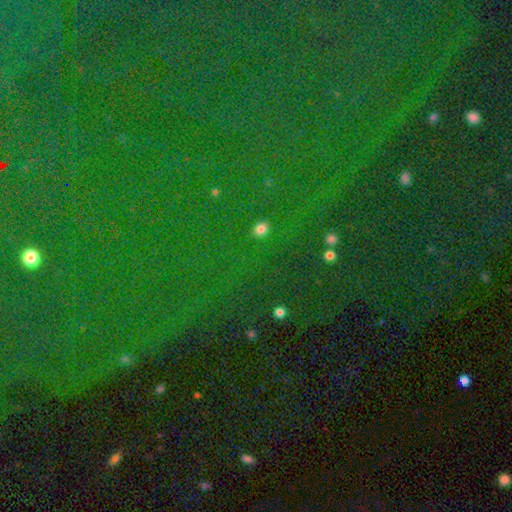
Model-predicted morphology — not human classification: A star or artifact, not a galaxy (84%).

Vote fractions:
- Smooth or featured? star or artifact: 84% / smooth: 9% / featured or disk: 7%